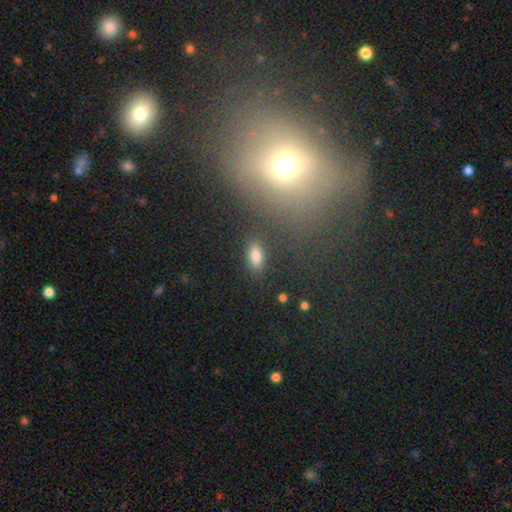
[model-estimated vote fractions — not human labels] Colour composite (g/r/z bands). It shows a smooth galaxy with no disk features (82%) that is in between round and cigar-shaped (88%). Merging: none (84%).